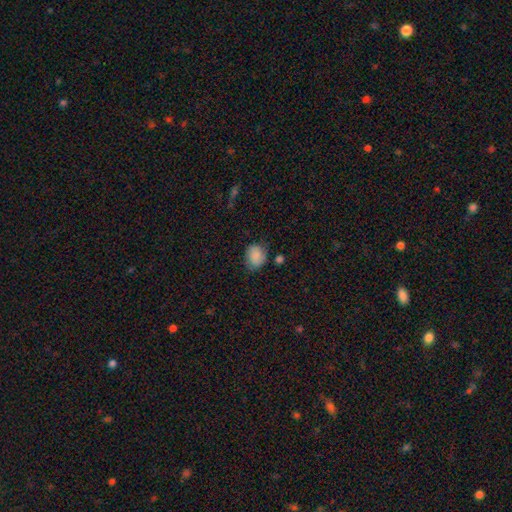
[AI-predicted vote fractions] Smooth or featured?
  - smooth: 84% *
  - star or artifact: 8%
  - featured or disk: 8%
How rounded?
  - round: 52% *
  - in between: 47%
  - cigar-shaped: 1%
Merging?
  - none: 68% *
  - minor disturbance: 23%
  - major disturbance: 5%
  - merger: 3%